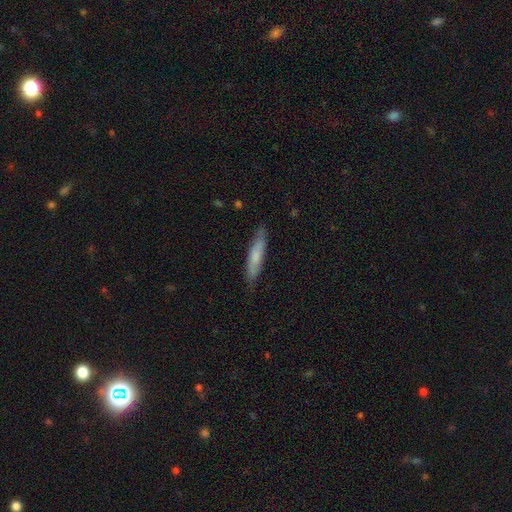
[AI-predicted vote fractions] Smooth or featured? Predicted: smooth (p=0.68). How rounded? Predicted: cigar-shaped (p=0.86). Merging? Predicted: none (p=0.82).